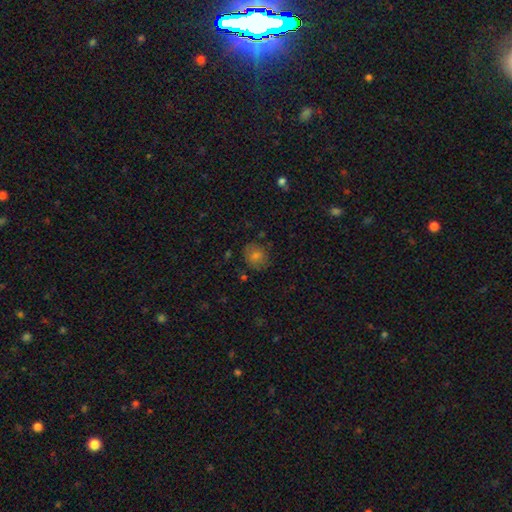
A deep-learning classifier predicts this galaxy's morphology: This appears to be a smooth galaxy with no disk features (68%) that is round (75%). Merging: none (80%).